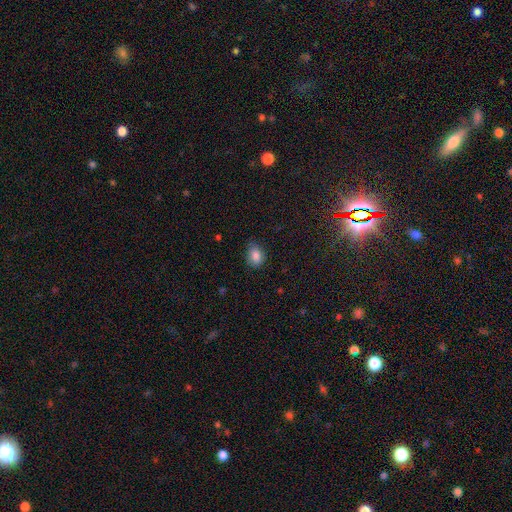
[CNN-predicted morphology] This is clearly a smooth galaxy (84%). How rounded: likely in between (71%). Merging: likely none (71%).